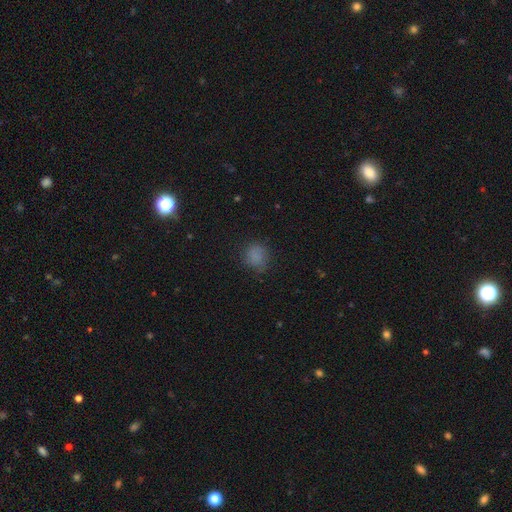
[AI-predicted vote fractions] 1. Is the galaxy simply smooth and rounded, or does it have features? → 80% smooth, 13% star or artifact, 7% featured or disk.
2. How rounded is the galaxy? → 79% round, 19% in between, 1% cigar-shaped.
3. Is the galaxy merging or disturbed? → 76% none, 17% minor disturbance, 6% major disturbance, 1% merger.